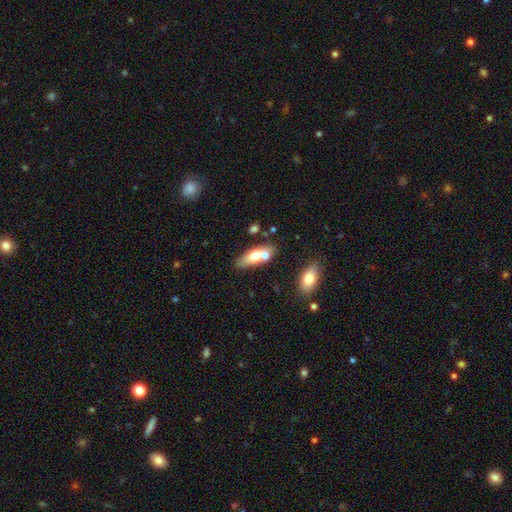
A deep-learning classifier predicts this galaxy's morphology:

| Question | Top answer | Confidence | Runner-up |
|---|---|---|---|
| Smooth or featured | smooth | 63% | featured or disk (29%) |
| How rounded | in between | 69% | cigar-shaped (24%) |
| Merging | none | 49% | merger (34%) |